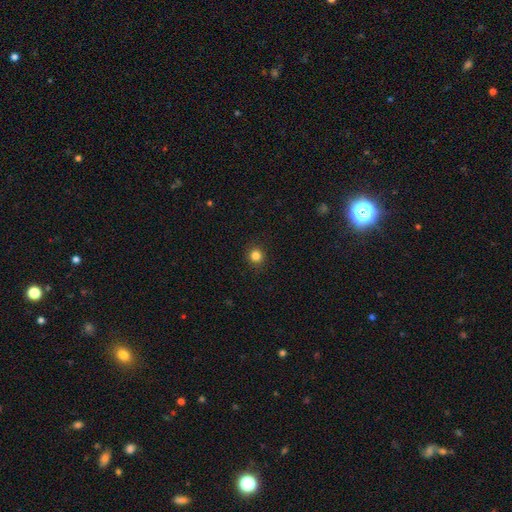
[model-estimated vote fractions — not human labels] This appears to be a smooth galaxy with no disk features (83%) that is round (92%). Merging: none (92%).